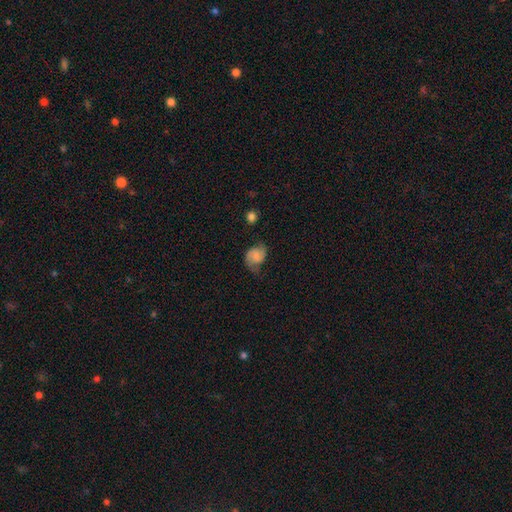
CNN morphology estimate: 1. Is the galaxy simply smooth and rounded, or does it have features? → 46% featured or disk, 45% smooth, 9% star or artifact.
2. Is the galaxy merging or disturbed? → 51% none, 30% minor disturbance, 17% major disturbance, 2% merger.